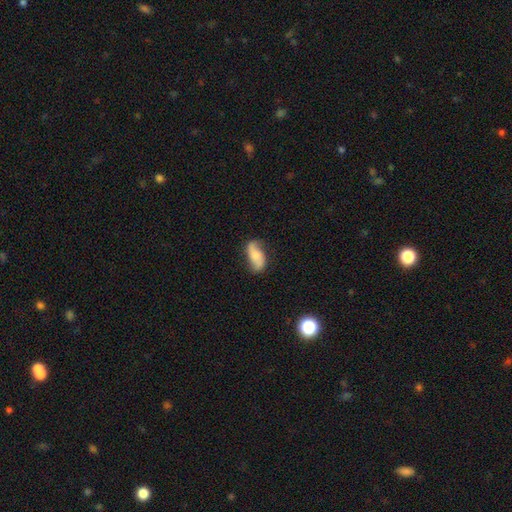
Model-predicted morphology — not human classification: smooth-or-featured: smooth: 47% | featured or disk: 45% | star or artifact: 8%
  merging: none: 67% | minor disturbance: 24% | major disturbance: 7% | merger: 2%